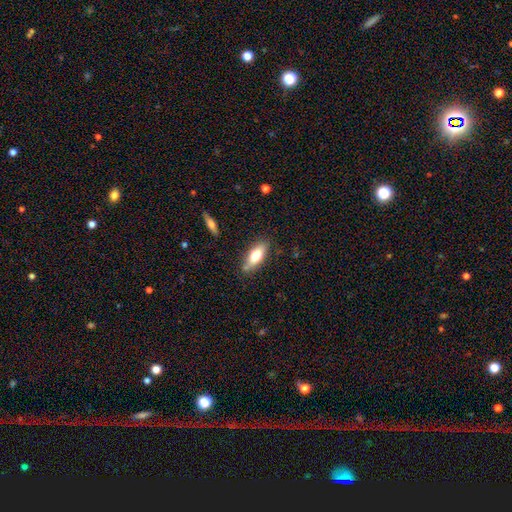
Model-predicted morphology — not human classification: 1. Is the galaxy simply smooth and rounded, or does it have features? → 68% smooth, 25% featured or disk, 7% star or artifact.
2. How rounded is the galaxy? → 69% in between, 28% cigar-shaped, 3% round.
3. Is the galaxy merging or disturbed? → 77% none, 16% minor disturbance, 3% major disturbance, 3% merger.